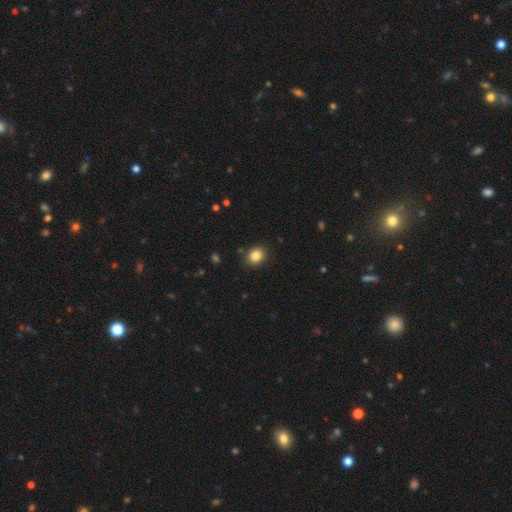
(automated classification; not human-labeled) smooth-or-featured: smooth: 84% | star or artifact: 10% | featured or disk: 5%
  how-rounded: round: 60% | in between: 39% | cigar-shaped: 1%
  merging: none: 88% | minor disturbance: 8% | major disturbance: 2% | merger: 1%